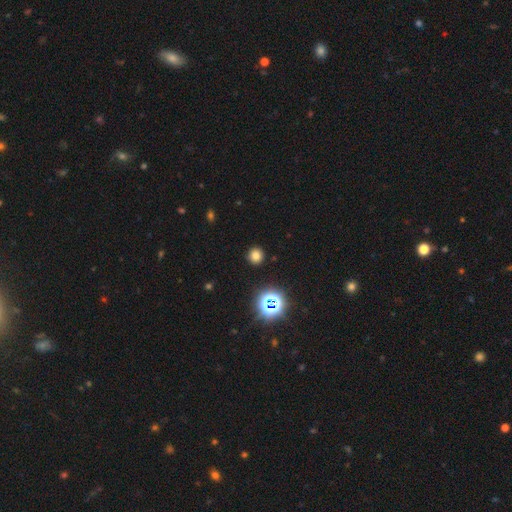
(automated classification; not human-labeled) smooth 73%, star or artifact 21%, featured or disk 6%. Down the decision tree: how rounded — round (92%); merging — none (91%).